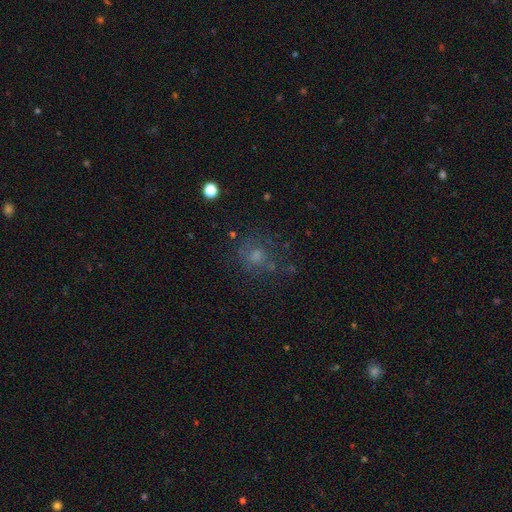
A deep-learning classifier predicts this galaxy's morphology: The model was most divided on "smooth or featured": smooth: 53%, featured or disk: 25%, star or artifact: 22%. More confident: how rounded — round (80%); merging — none (63%).